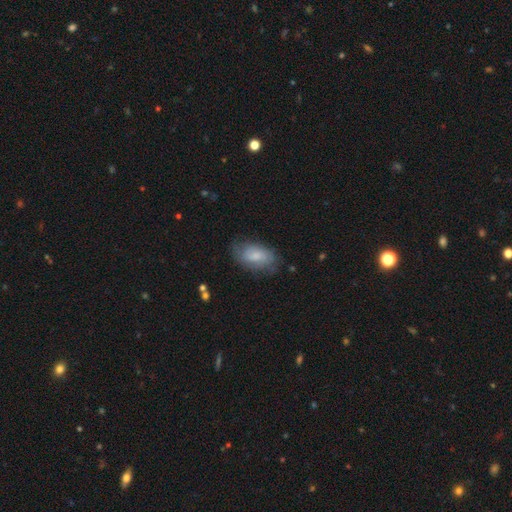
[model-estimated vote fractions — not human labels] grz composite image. It shows a smooth galaxy with no disk features (67%) that is in between round and cigar-shaped (92%). Merging: none (67%).